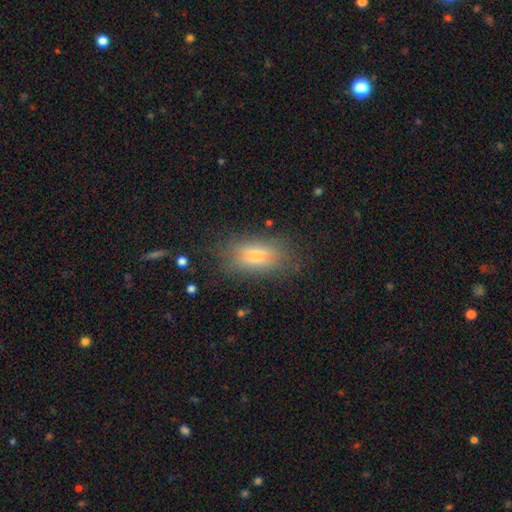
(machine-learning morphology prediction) Smooth or featured? Predicted: smooth (p=0.71). How rounded? Predicted: in between (p=0.84). Merging? Predicted: none (p=0.72).